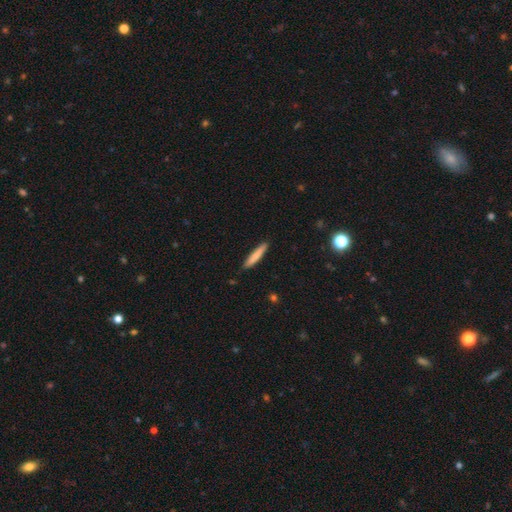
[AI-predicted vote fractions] smooth_or_featured: smooth (p=0.80) [alt: featured or disk p=0.15]
how_rounded: cigar-shaped (p=0.91) [alt: in between p=0.08]
merging: none (p=0.88) [alt: minor disturbance p=0.09]